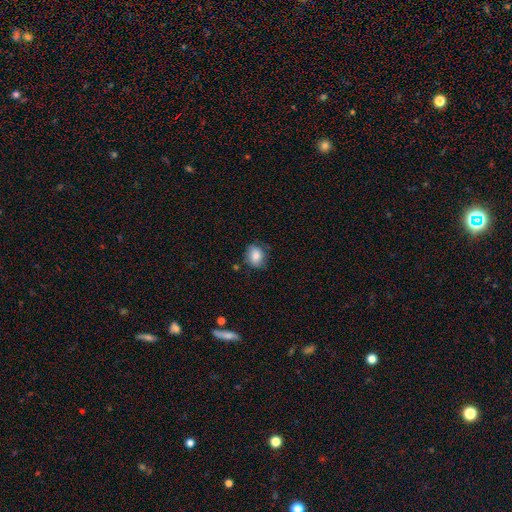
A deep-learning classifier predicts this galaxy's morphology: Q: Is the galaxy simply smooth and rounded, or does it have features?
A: smooth — 81%.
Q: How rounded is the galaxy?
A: round — 50%.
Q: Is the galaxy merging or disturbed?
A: none — 71%.